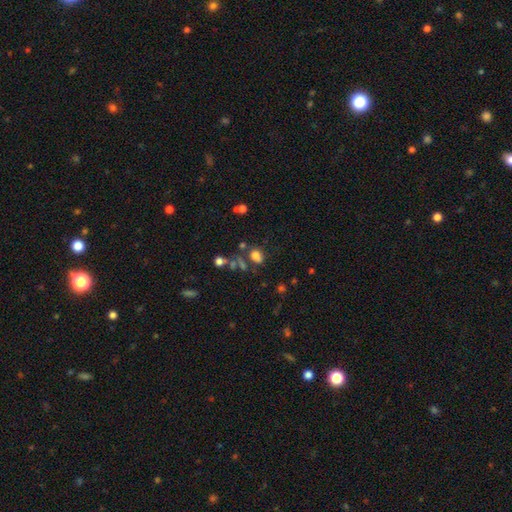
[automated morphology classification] Smooth or featured?
  - smooth: 72% *
  - star or artifact: 19%
  - featured or disk: 9%
How rounded?
  - in between: 64% *
  - round: 34%
  - cigar-shaped: 2%
Merging?
  - none: 59% *
  - minor disturbance: 16%
  - merger: 16%
  - major disturbance: 9%